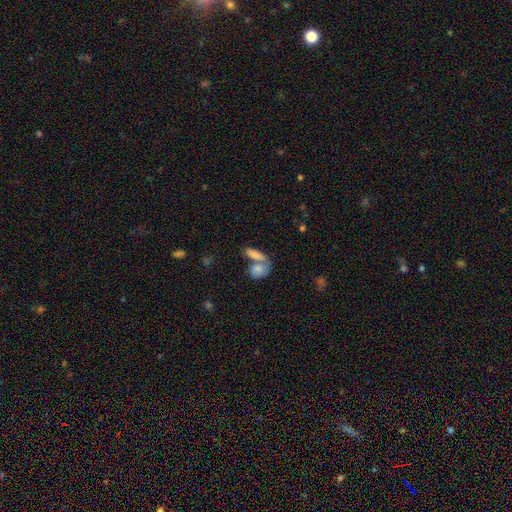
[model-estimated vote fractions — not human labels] Smooth or featured? smooth (80%)
How rounded? in between (74%)
Merging? merger (57%)